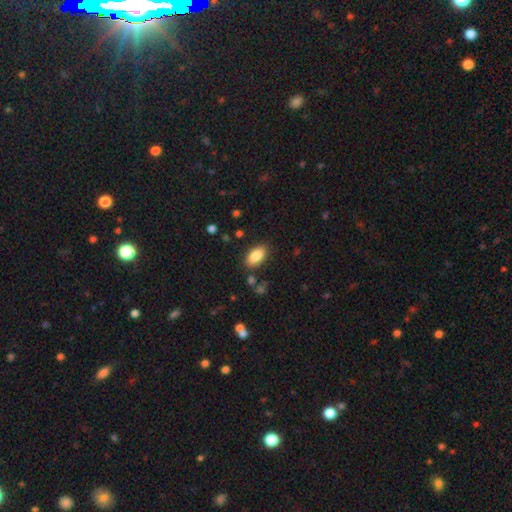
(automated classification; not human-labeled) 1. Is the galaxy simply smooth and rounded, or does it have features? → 86% smooth, 7% star or artifact, 7% featured or disk.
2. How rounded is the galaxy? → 93% in between, 4% cigar-shaped, 4% round.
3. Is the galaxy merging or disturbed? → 85% none, 10% minor disturbance, 3% major disturbance, 2% merger.